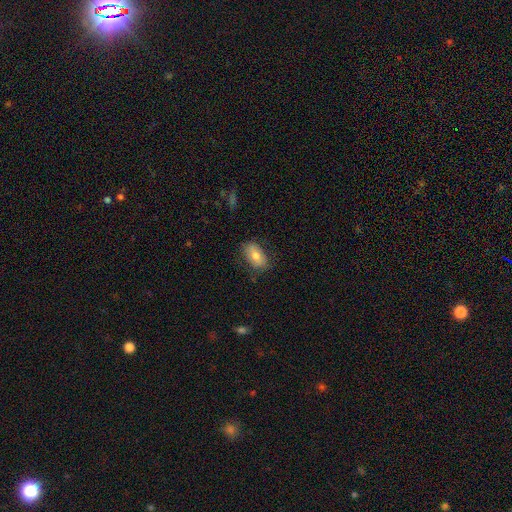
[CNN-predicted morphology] A smooth galaxy with no disk features (73%) that is in between round and cigar-shaped (91%). Merging: none (78%).